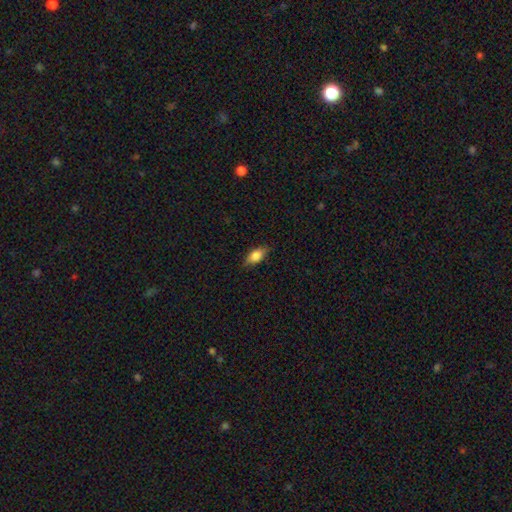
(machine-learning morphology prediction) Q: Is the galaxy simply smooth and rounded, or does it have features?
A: smooth — 79%.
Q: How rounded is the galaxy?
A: in between — 84%.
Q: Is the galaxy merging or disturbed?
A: none — 80%.